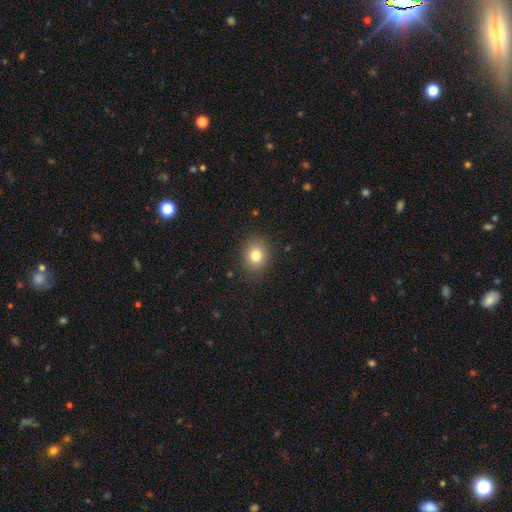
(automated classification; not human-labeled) This appears to be a smooth galaxy with no disk features (80%) that is round (65%). Merging: none (88%).